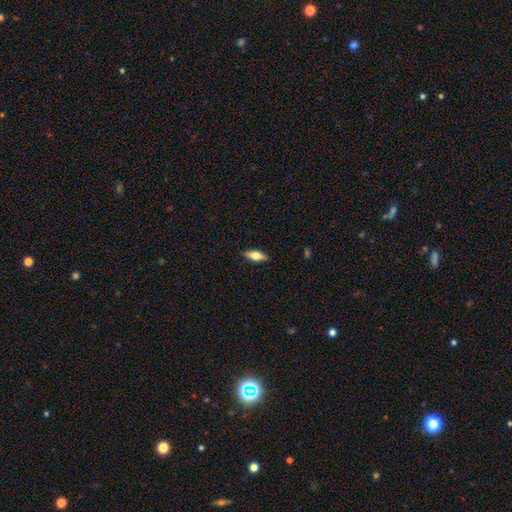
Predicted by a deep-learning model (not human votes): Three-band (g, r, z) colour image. It shows a smooth galaxy with no disk features (62%) that is in between round and cigar-shaped (65%). Merging: none (88%).